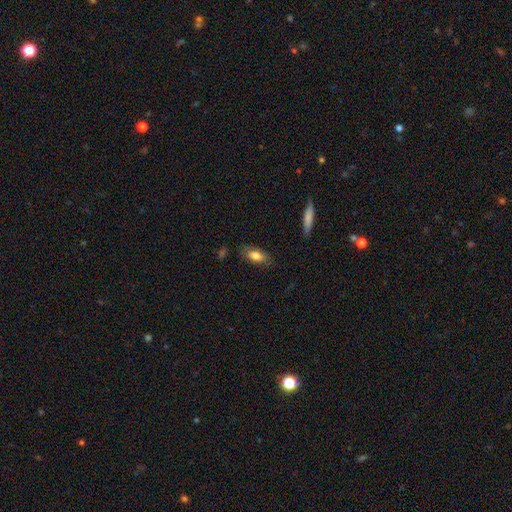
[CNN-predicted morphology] The model was most divided on "smooth or featured": smooth: 78%, featured or disk: 15%, star or artifact: 7%. More confident: how rounded — in between (87%); merging — none (80%).